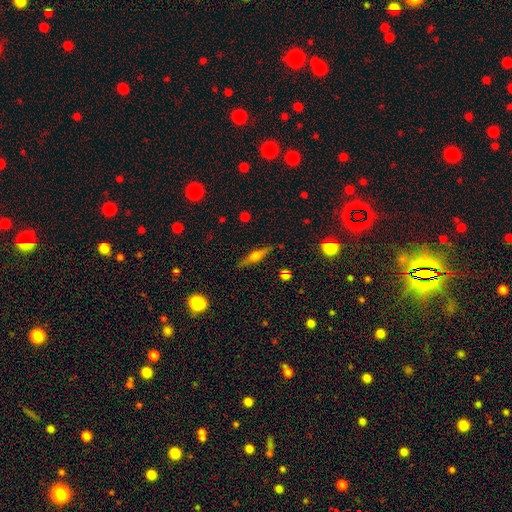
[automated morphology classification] A featured or disk galaxy (60%) viewed edge-on (96%) with a rounded central bulge (82%).

Vote fractions:
- Smooth or featured? featured or disk: 60% / smooth: 31% / star or artifact: 9%
- Edge-on disk? yes: 96% / no: 4%
- Edge-on bulge? rounded: 82% / boxy: 13% / none: 5%
- Merging? none: 87% / minor disturbance: 9% / major disturbance: 2% / merger: 2%